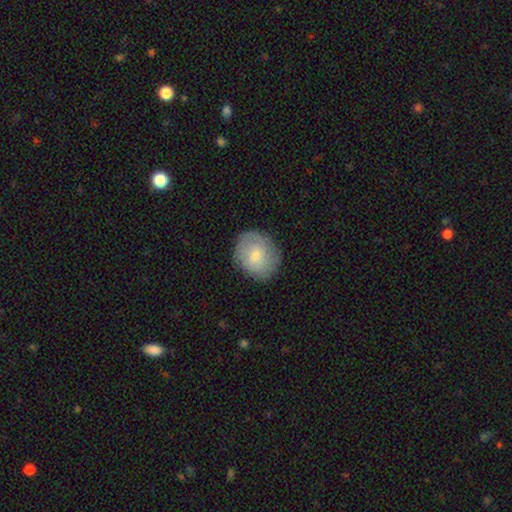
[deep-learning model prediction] Smooth or featured? smooth (64%)
How rounded? round (68%)
Merging? none (81%)